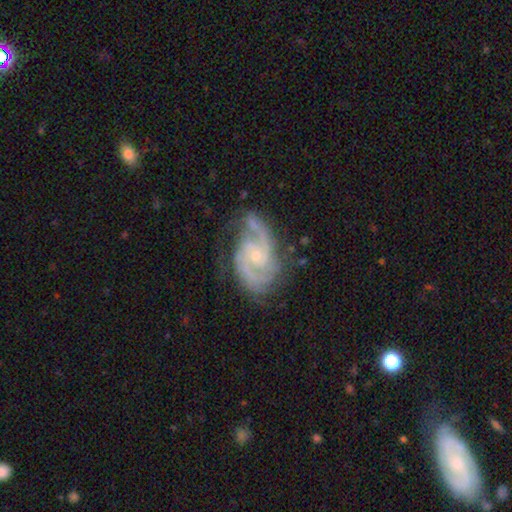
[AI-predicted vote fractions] smooth_or_featured: featured or disk (p=0.92) [alt: star or artifact p=0.05]
disk_edge_on: no (p=0.98) [alt: yes p=0.02]
bar: no (p=0.60) [alt: weak p=0.33]
has_spiral_arms: yes (p=0.98) [alt: no p=0.02]
spiral_winding: medium (p=0.50) [alt: tight p=0.41]
spiral_arm_count: 2 (p=0.66) [alt: 3 p=0.19]
bulge_size: small (p=0.74) [alt: moderate p=0.22]
merging: none (p=0.68) [alt: minor disturbance p=0.22]